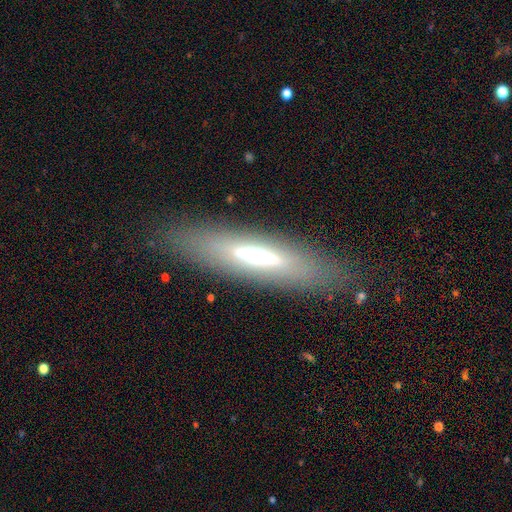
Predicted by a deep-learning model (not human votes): smooth_or_featured: featured or disk (p=0.48) [alt: smooth p=0.41]
merging: none (p=0.83) [alt: minor disturbance p=0.11]